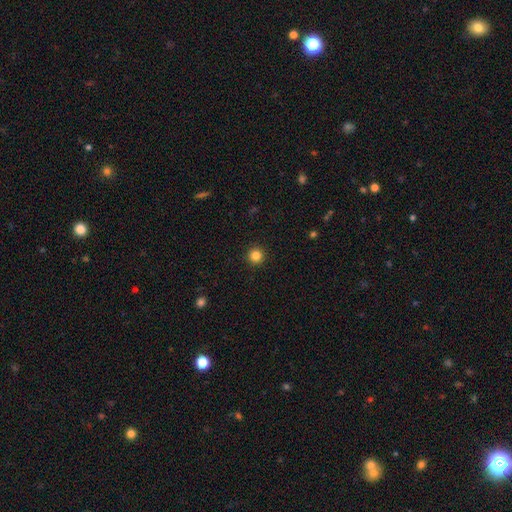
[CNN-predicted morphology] Smooth or featured: smooth — 83% (star or artifact — 12%)
How rounded: round — 96% (in between — 3%)
Merging: none — 93% (minor disturbance — 4%)